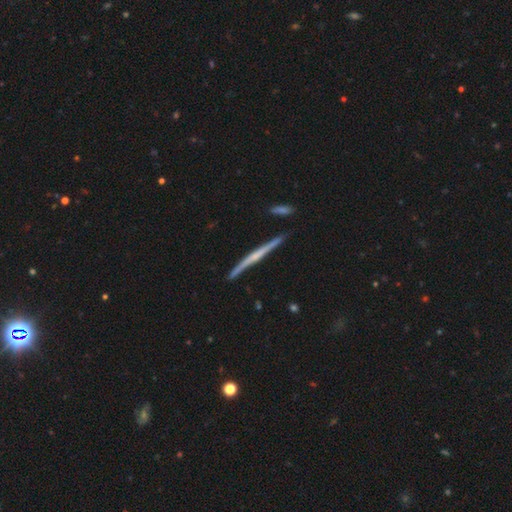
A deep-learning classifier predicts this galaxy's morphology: smooth_or_featured: featured or disk (p=0.71) [alt: smooth p=0.23]
disk_edge_on: yes (p=0.98) [alt: no p=0.02]
edge_on_bulge: none (p=0.50) [alt: rounded p=0.39]
merging: none (p=0.89) [alt: minor disturbance p=0.07]